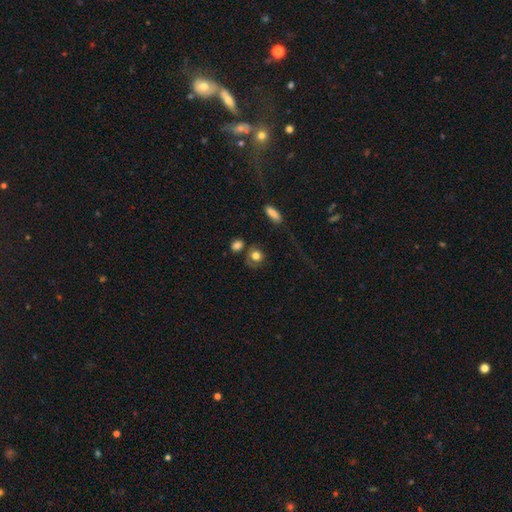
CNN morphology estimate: Overall: smooth (77%). How rounded: round (74%). Merging: none (58%; minor disturbance 19%).